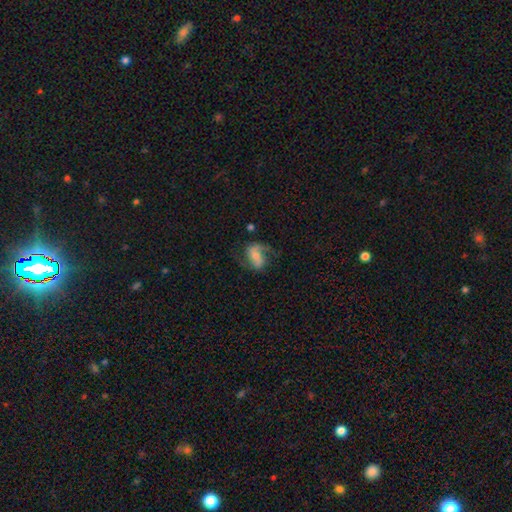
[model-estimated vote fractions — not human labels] smooth_or_featured: featured or disk (p=0.72) [alt: smooth p=0.20]
disk_edge_on: no (p=0.97) [alt: yes p=0.03]
bar: weak (p=0.37) [alt: no p=0.35]
has_spiral_arms: yes (p=0.91) [alt: no p=0.09]
spiral_winding: loose (p=0.45) [alt: medium p=0.42]
spiral_arm_count: 2 (p=0.87) [alt: 1 p=0.05]
bulge_size: small (p=0.46) [alt: moderate p=0.42]
merging: none (p=0.64) [alt: minor disturbance p=0.19]